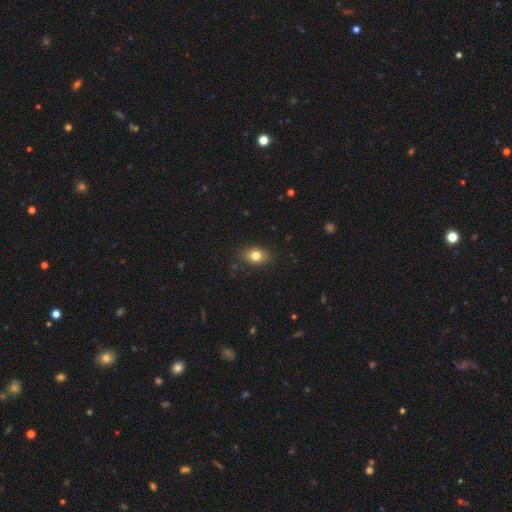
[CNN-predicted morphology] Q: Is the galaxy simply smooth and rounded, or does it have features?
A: smooth — 79%.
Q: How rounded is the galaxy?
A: in between — 73%.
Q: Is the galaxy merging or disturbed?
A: none — 86%.